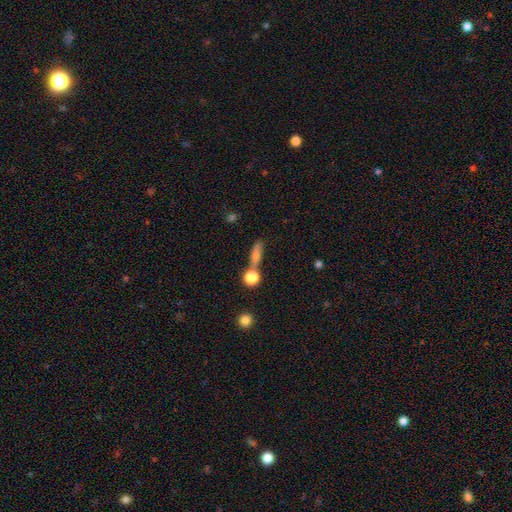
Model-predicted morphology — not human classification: A smooth galaxy with no disk features (53%) that is cigar-shaped (40%).

Vote fractions:
- Smooth or featured? smooth: 53% / featured or disk: 24% / star or artifact: 22%
- How rounded? cigar-shaped: 40% / in between: 33% / round: 27%
- Merging? none: 57% / merger: 24% / minor disturbance: 12% / major disturbance: 7%